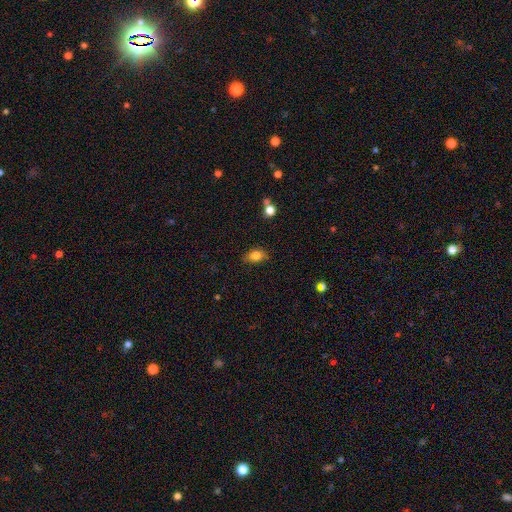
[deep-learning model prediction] smooth-or-featured: smooth: 82% | star or artifact: 9% | featured or disk: 9%
  how-rounded: in between: 82% | round: 16% | cigar-shaped: 2%
  merging: none: 78% | minor disturbance: 17% | major disturbance: 3% | merger: 2%